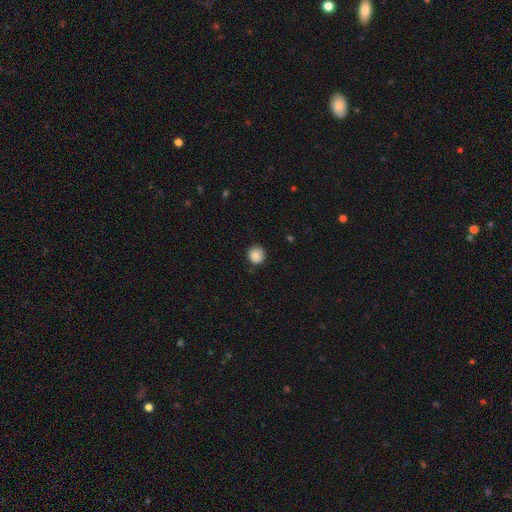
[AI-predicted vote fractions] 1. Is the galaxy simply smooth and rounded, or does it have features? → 87% smooth, 9% star or artifact, 4% featured or disk.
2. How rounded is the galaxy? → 92% round, 7% in between, 1% cigar-shaped.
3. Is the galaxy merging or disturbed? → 84% none, 12% minor disturbance, 3% major disturbance, 1% merger.